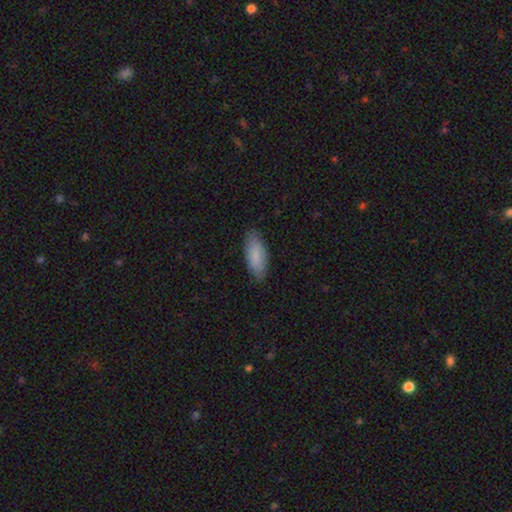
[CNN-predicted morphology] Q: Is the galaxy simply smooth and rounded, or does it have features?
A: smooth — 86%.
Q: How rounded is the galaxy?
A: in between — 75%.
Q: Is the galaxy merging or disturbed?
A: none — 85%.